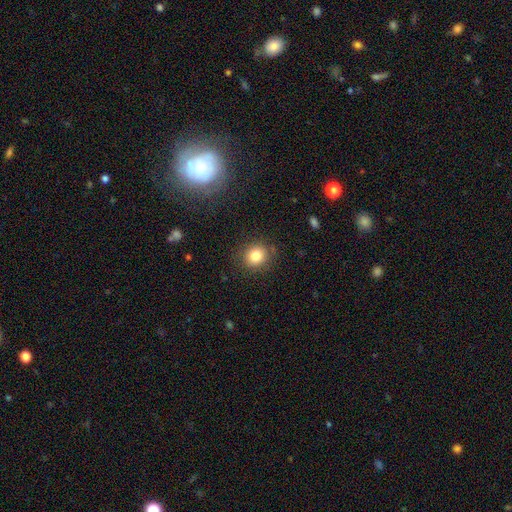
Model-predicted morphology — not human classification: Smooth or featured? smooth (82%)
How rounded? round (81%)
Merging? none (85%)